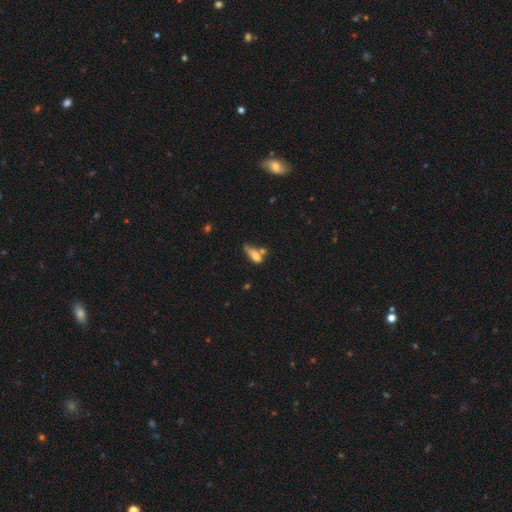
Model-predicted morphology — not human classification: Smooth or featured?
  - smooth: 66% *
  - featured or disk: 23%
  - star or artifact: 11%
How rounded?
  - in between: 66% *
  - cigar-shaped: 28%
  - round: 6%
Merging?
  - merger: 32% *
  - none: 29%
  - minor disturbance: 22%
  - major disturbance: 17%